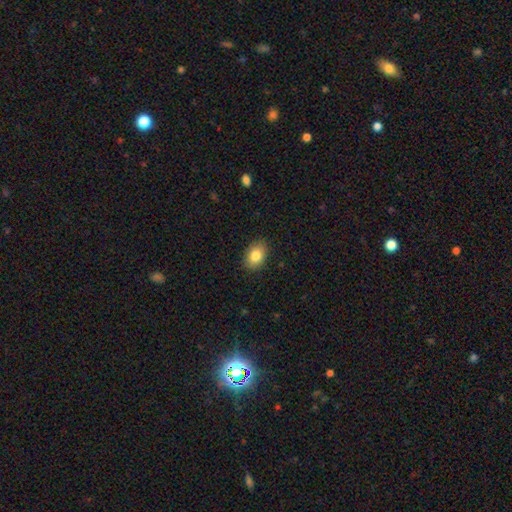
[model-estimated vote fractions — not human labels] smooth 84%, featured or disk 9%, star or artifact 8%. Down the decision tree: how rounded — in between (81%); merging — none (88%).